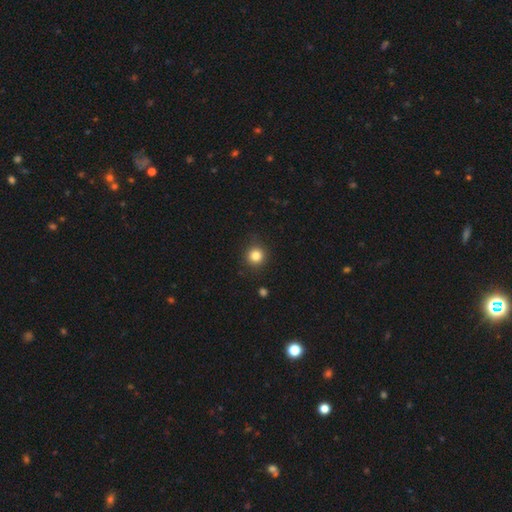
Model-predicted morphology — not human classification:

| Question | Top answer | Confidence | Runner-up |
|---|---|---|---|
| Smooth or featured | smooth | 84% | star or artifact (12%) |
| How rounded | round | 93% | in between (6%) |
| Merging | none | 89% | minor disturbance (8%) |